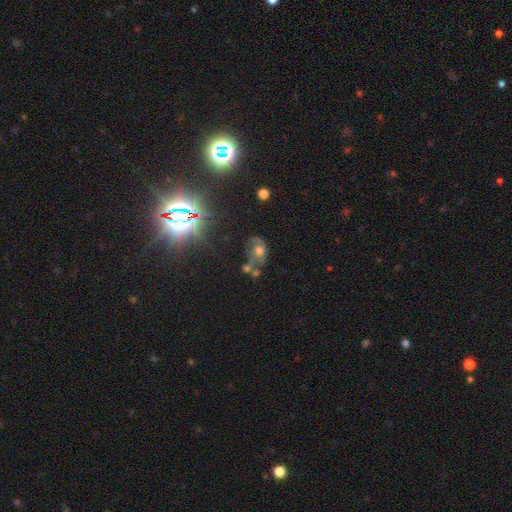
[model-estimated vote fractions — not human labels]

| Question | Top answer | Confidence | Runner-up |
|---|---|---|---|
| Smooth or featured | star or artifact | 54% | featured or disk (26%) |